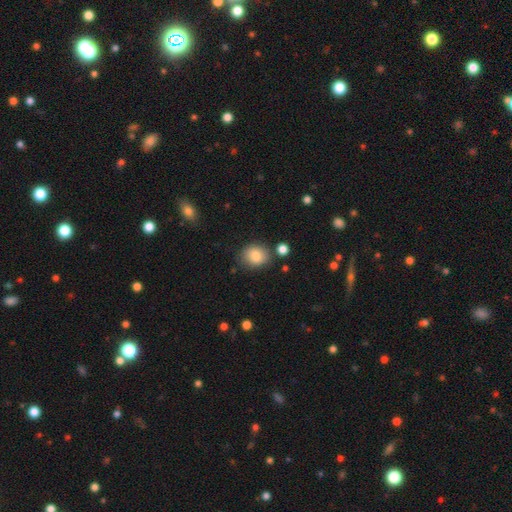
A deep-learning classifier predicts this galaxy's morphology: This appears to be a smooth galaxy with no disk features (81%) that is round (68%). Merging: none (80%).